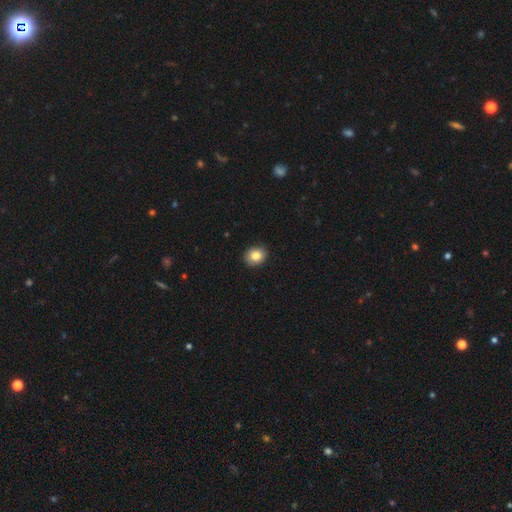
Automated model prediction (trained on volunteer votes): A smooth galaxy with no disk features (84%) that is round (63%).

Vote fractions:
- Smooth or featured? smooth: 84% / star or artifact: 9% / featured or disk: 7%
- How rounded? round: 63% / in between: 36% / cigar-shaped: 1%
- Merging? none: 89% / minor disturbance: 8% / major disturbance: 2% / merger: 1%